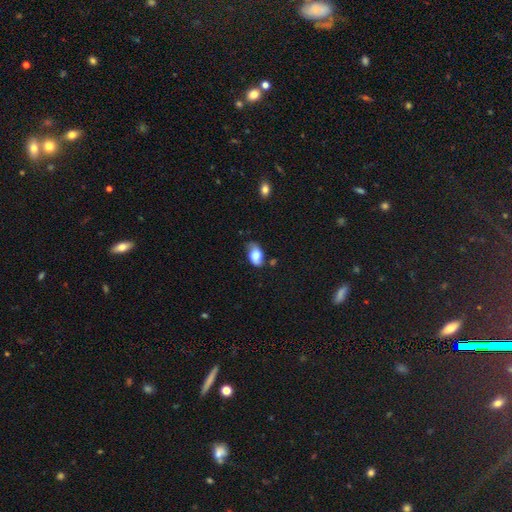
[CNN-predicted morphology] smooth_or_featured: smooth (p=0.78) [alt: featured or disk p=0.14]
how_rounded: in between (p=0.90) [alt: round p=0.09]
merging: none (p=0.44) [alt: minor disturbance p=0.40]